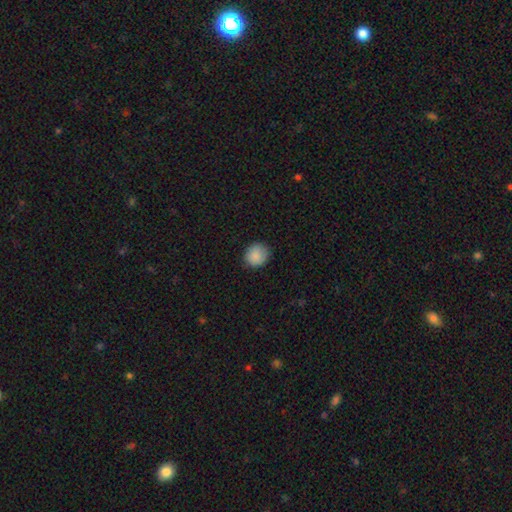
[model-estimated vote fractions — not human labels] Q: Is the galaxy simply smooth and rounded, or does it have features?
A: smooth — 88%.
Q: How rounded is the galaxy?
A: round — 80%.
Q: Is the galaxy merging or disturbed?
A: none — 84%.